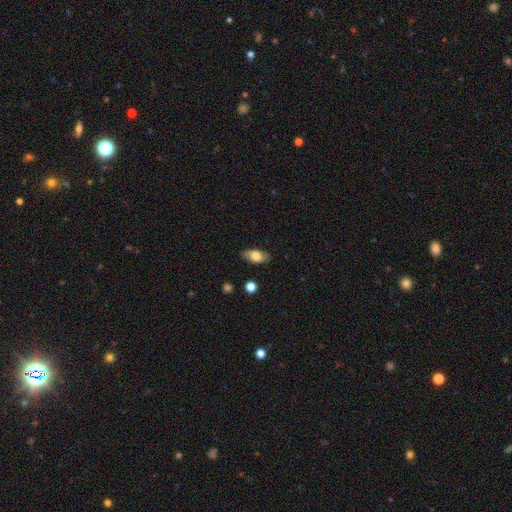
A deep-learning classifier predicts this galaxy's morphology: Smooth or featured?
  - smooth: 69% *
  - featured or disk: 23%
  - star or artifact: 7%
How rounded?
  - in between: 89% *
  - cigar-shaped: 6%
  - round: 6%
Merging?
  - none: 83% *
  - minor disturbance: 13%
  - major disturbance: 3%
  - merger: 1%